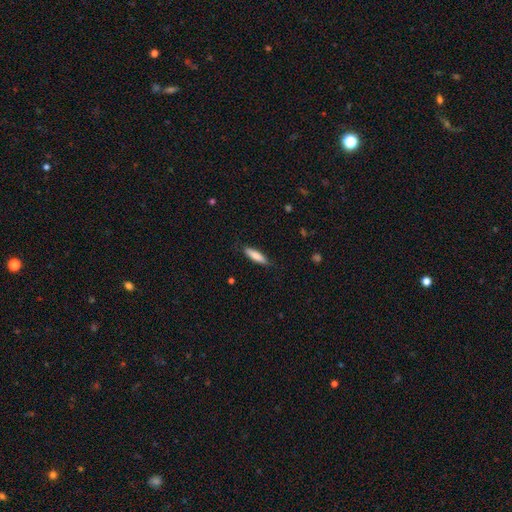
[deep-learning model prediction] This is clearly a smooth galaxy (81%). How rounded: likely cigar-shaped (71%). Merging: clearly none (85%).